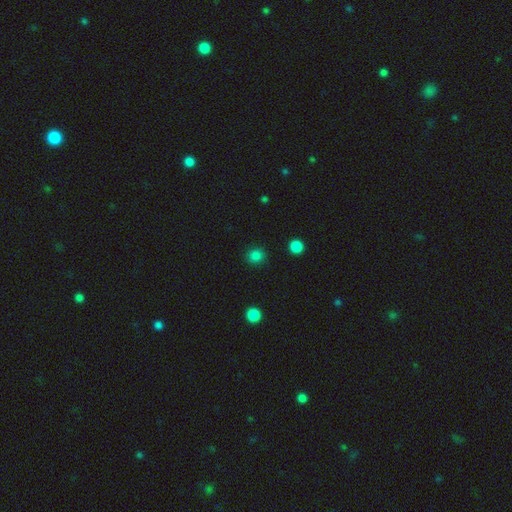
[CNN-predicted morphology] The model was most divided on "smooth or featured": smooth: 84%, star or artifact: 13%, featured or disk: 3%. More confident: merging — none (91%); how rounded — round (88%).